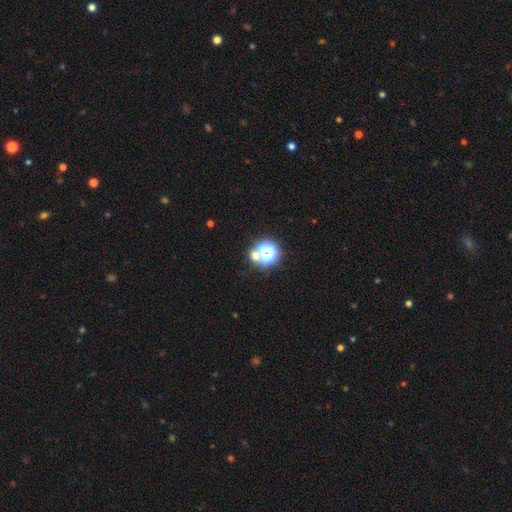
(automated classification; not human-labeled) Morphology: type=star or artifact (45%, tied with smooth).